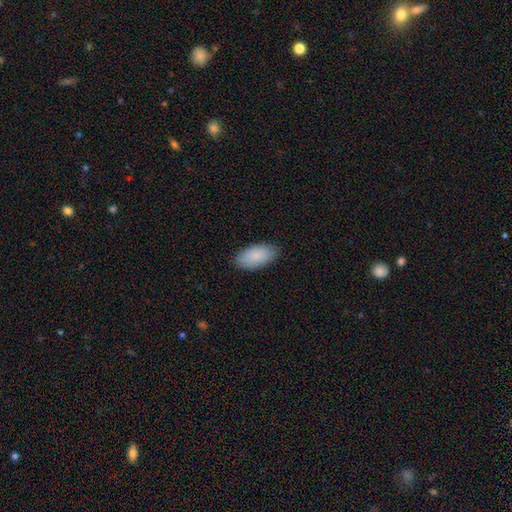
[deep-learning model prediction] A smooth galaxy with no disk features (88%) that is in between round and cigar-shaped (94%). Merging: none (86%).